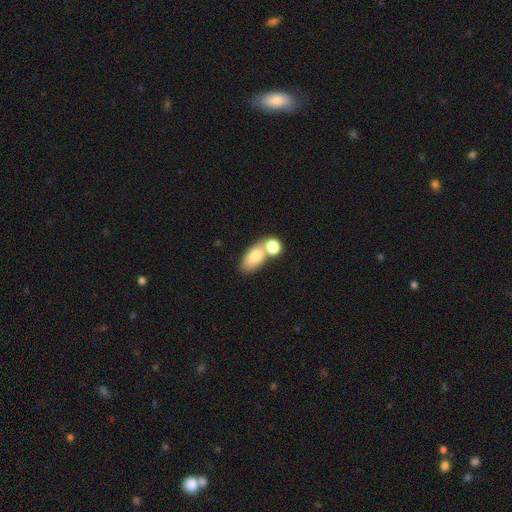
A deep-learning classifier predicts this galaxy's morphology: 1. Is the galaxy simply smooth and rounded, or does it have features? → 76% smooth, 16% featured or disk, 8% star or artifact.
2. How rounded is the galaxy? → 86% in between, 9% round, 5% cigar-shaped.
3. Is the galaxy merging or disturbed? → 47% merger, 37% none, 11% minor disturbance, 5% major disturbance.